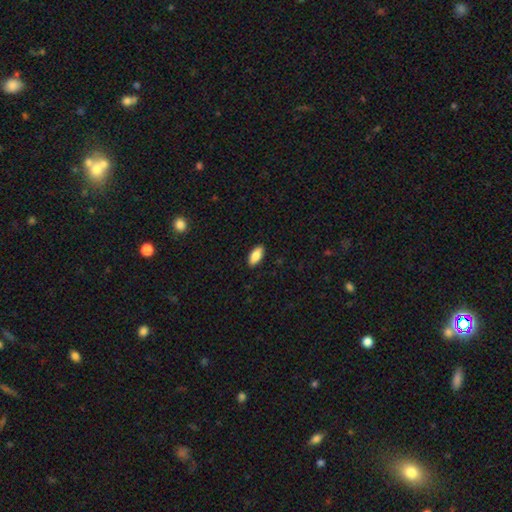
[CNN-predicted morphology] smooth 86%, featured or disk 8%, star or artifact 6%. Down the decision tree: how rounded — in between (90%); merging — none (90%).